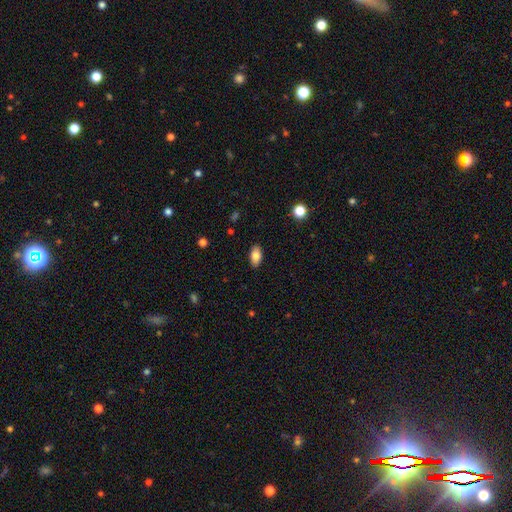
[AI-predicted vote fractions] Smooth or featured?
  - smooth: 84% *
  - featured or disk: 9%
  - star or artifact: 8%
How rounded?
  - in between: 92% *
  - round: 4%
  - cigar-shaped: 4%
Merging?
  - none: 88% *
  - minor disturbance: 9%
  - major disturbance: 2%
  - merger: 1%